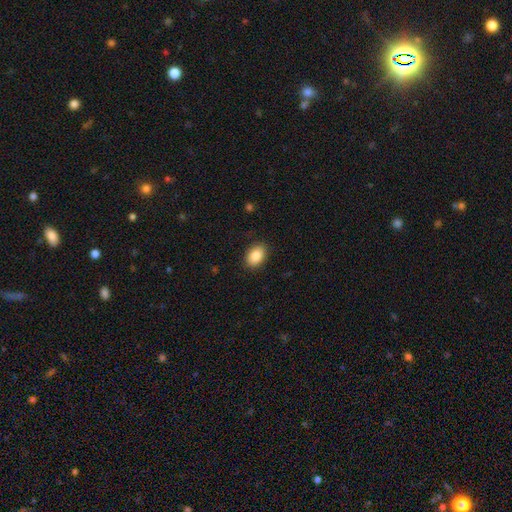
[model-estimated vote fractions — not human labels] Morphology: type=smooth (87%); roundness=in between (84%); merging=none (88%).